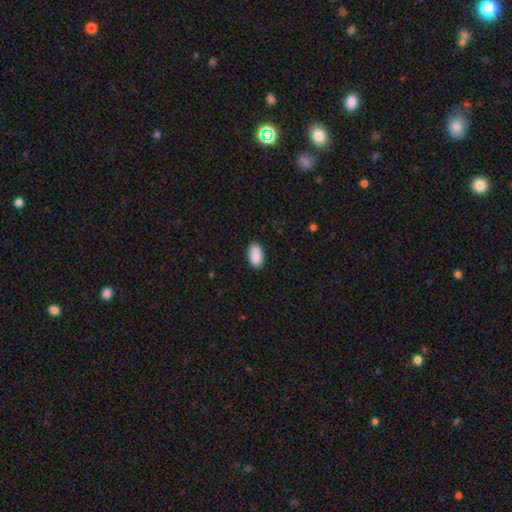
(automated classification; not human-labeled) This appears to be a smooth galaxy with no disk features (86%) that is in between round and cigar-shaped (94%). Merging: none (81%).